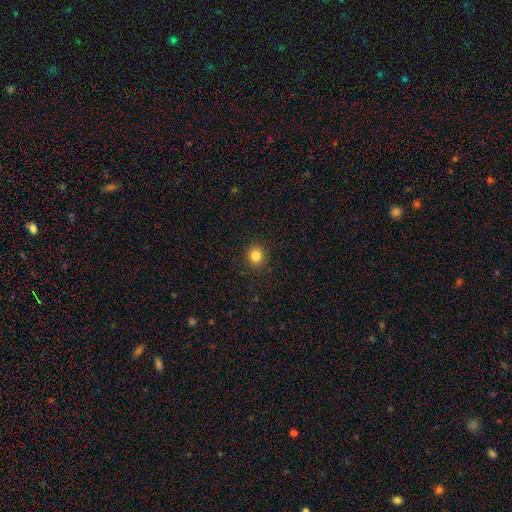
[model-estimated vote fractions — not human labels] smooth-or-featured: smooth: 84% | star or artifact: 12% | featured or disk: 5%
  how-rounded: round: 90% | in between: 10% | cigar-shaped: 1%
  merging: none: 91% | minor disturbance: 6% | major disturbance: 2% | merger: 1%